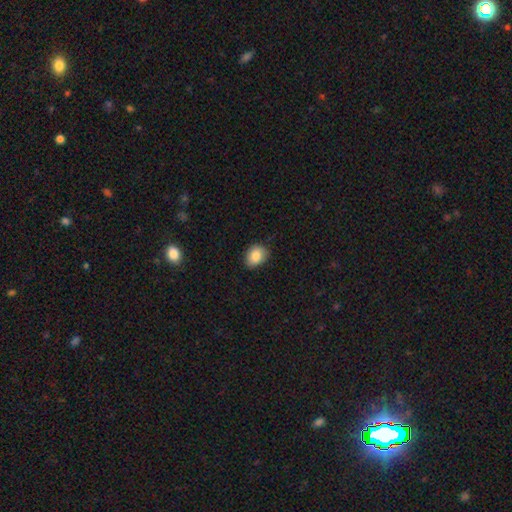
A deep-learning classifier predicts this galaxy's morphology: A smooth galaxy with no disk features (86%) that is in between round and cigar-shaped (61%).

Vote fractions:
- Smooth or featured? smooth: 86% / star or artifact: 8% / featured or disk: 6%
- How rounded? in between: 61% / round: 38% / cigar-shaped: 1%
- Merging? none: 80% / minor disturbance: 16% / major disturbance: 2% / merger: 1%